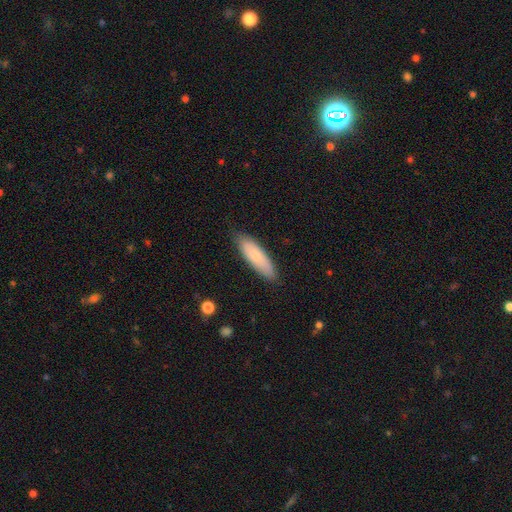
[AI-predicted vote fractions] smooth 75%, featured or disk 19%, star or artifact 6%. Down the decision tree: how rounded — cigar-shaped (53%); merging — none (83%).